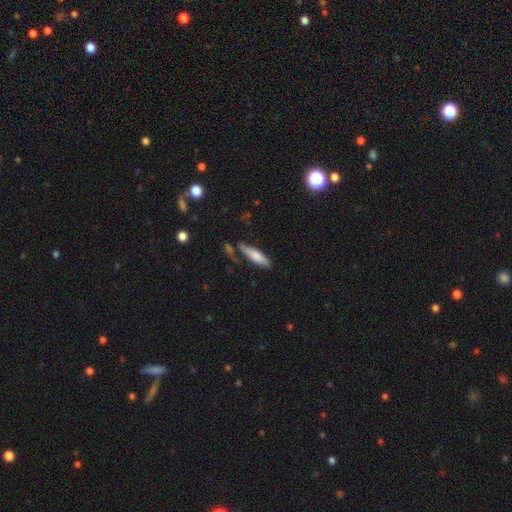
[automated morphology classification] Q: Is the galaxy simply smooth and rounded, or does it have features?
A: smooth — 72%.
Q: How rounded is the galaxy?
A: cigar-shaped — 65%.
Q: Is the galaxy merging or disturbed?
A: none — 65%.